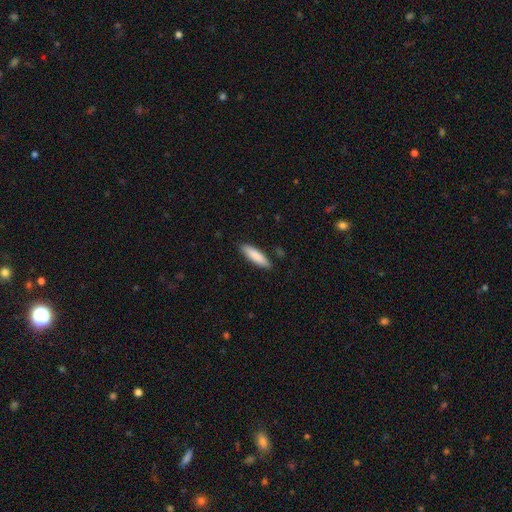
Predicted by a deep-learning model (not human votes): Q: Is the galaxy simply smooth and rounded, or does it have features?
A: smooth — 86%.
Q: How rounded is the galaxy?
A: cigar-shaped — 65%.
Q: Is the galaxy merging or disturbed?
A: none — 88%.